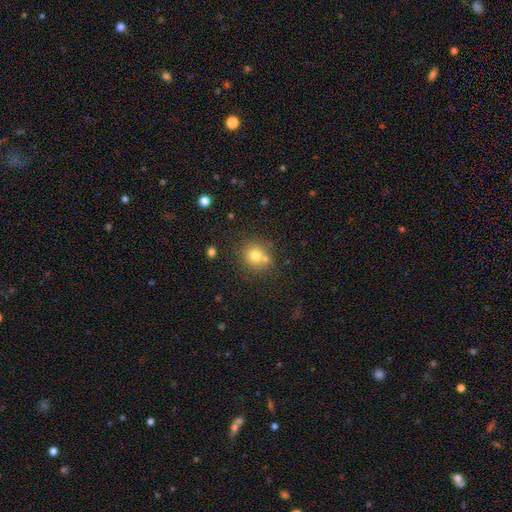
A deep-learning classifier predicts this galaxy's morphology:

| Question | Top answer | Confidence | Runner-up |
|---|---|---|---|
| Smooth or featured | smooth | 75% | star or artifact (14%) |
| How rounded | round | 89% | in between (10%) |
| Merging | none | 68% | merger (19%) |